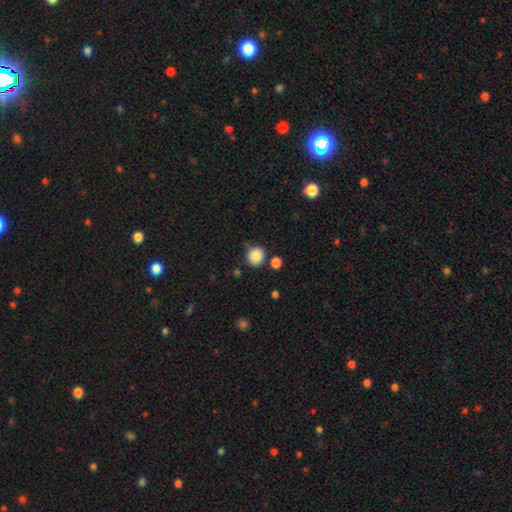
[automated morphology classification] A smooth galaxy with no disk features (87%) that is round (86%).

Vote fractions:
- Smooth or featured? smooth: 87% / star or artifact: 10% / featured or disk: 4%
- How rounded? round: 86% / in between: 13% / cigar-shaped: 1%
- Merging? none: 77% / minor disturbance: 13% / merger: 7% / major disturbance: 4%